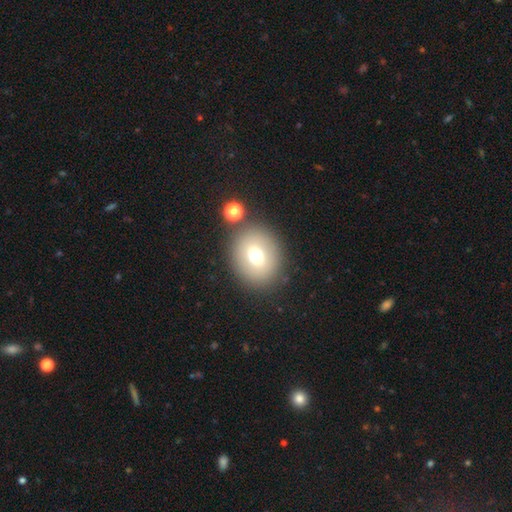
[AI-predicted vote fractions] This is likely a smooth galaxy (68%). How rounded: likely round (62%). Merging: likely none (79%).